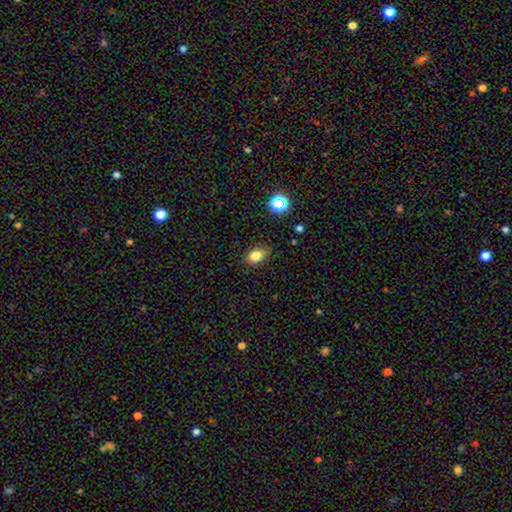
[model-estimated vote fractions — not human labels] Morphology: type=smooth (80%); roundness=in between (80%); merging=none (83%).